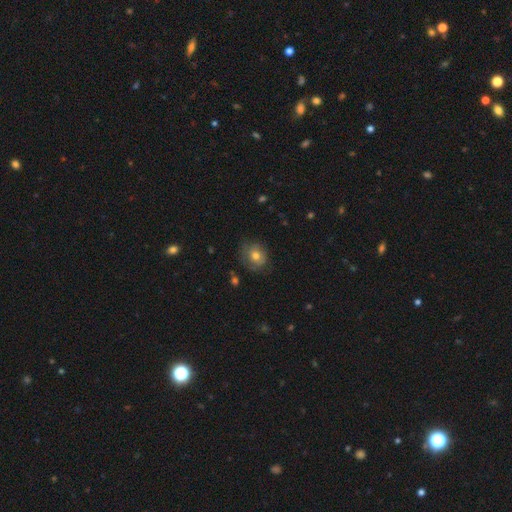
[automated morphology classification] smooth_or_featured: smooth (p=0.65) [alt: featured or disk p=0.25]
how_rounded: round (p=0.76) [alt: in between p=0.23]
merging: none (p=0.69) [alt: minor disturbance p=0.22]